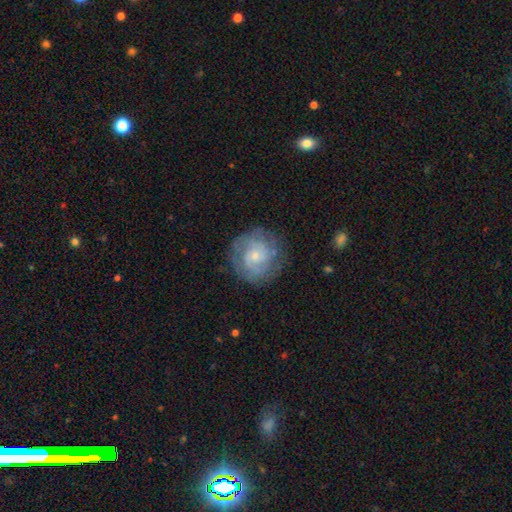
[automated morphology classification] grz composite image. It shows a featured or disk galaxy (72%) with no bar (70%), 2 (44%) tight (61%) spiral arms (88%) and a small central bulge (67%). Merging: none (77%).